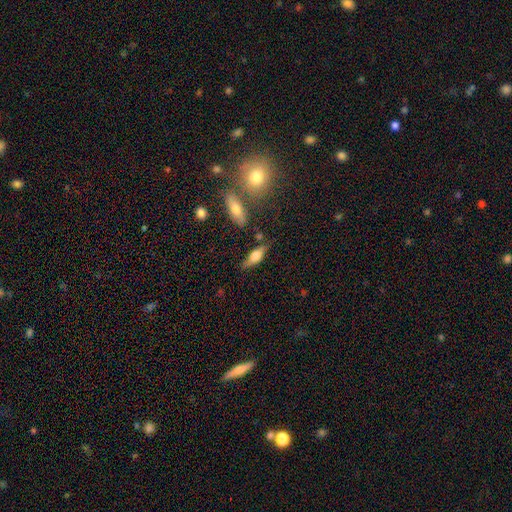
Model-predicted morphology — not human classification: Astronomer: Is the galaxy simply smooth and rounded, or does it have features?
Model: featured or disk — 47% (runner-up: smooth, 46%).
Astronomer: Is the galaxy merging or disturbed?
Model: none — 75%.